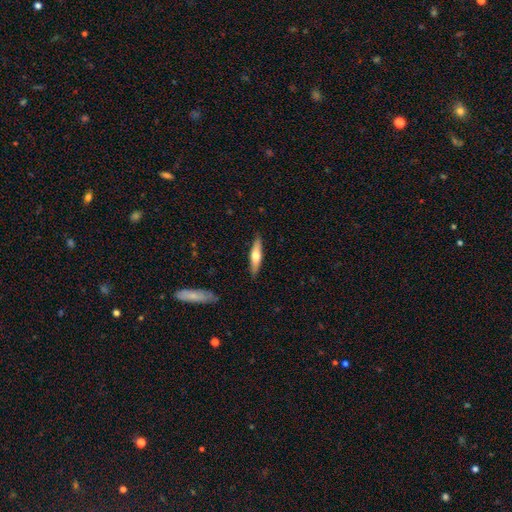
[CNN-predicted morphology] This is possibly a smooth galaxy (53%). How rounded: likely cigar-shaped (77%). Merging: clearly none (88%).